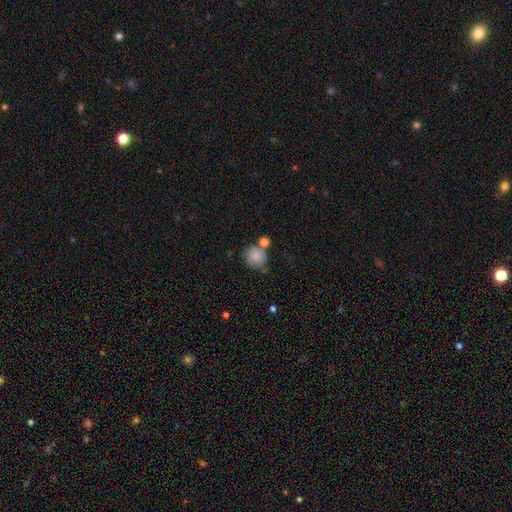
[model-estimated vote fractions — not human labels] A smooth galaxy with no disk features (84%) that is round (86%).

Vote fractions:
- Smooth or featured? smooth: 84% / star or artifact: 8% / featured or disk: 8%
- How rounded? round: 86% / in between: 13% / cigar-shaped: 1%
- Merging? none: 61% / merger: 18% / minor disturbance: 16% / major disturbance: 5%